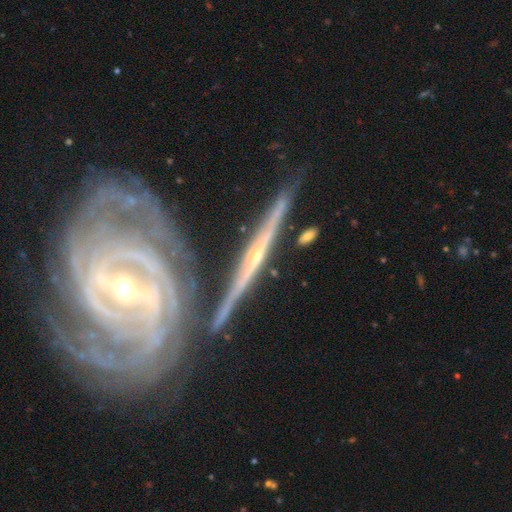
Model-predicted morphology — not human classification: Smooth or featured: featured or disk — 86% (smooth — 8%)
Edge-on disk: yes — 72% (no — 28%)
Edge-on bulge: rounded — 65% (none — 28%)
Merging: none — 65% (minor disturbance — 15%)